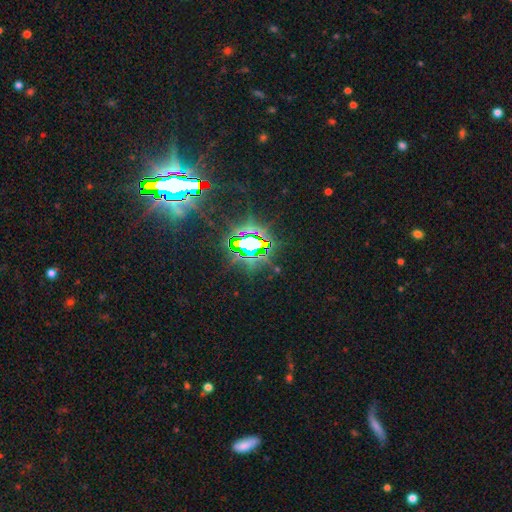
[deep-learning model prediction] A star or artifact, not a galaxy (84%).